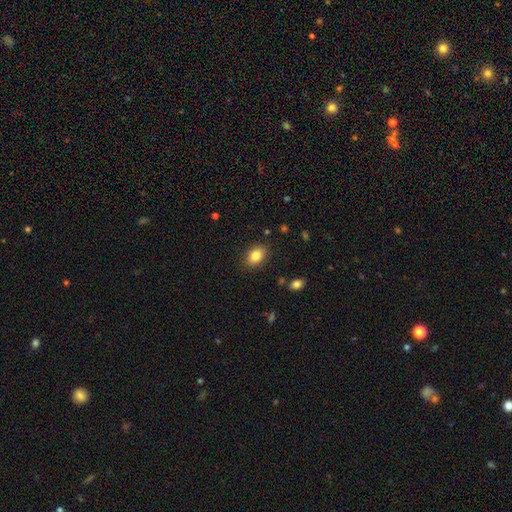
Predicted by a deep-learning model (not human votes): smooth_or_featured: smooth (p=0.84) [alt: star or artifact p=0.09]
how_rounded: in between (p=0.81) [alt: round p=0.18]
merging: none (p=0.86) [alt: minor disturbance p=0.10]